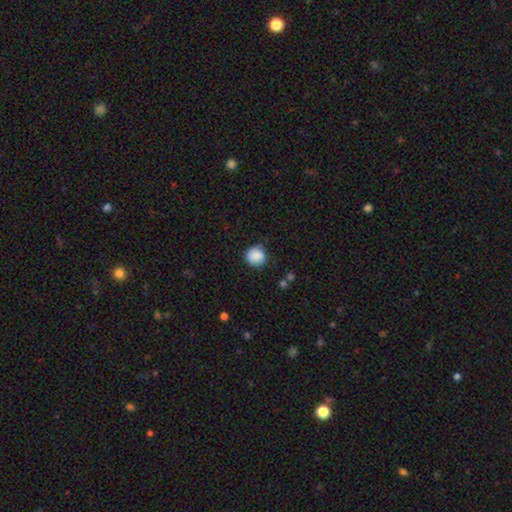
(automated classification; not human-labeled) This is clearly a smooth galaxy (87%). How rounded: clearly round (90%). Merging: likely none (77%).